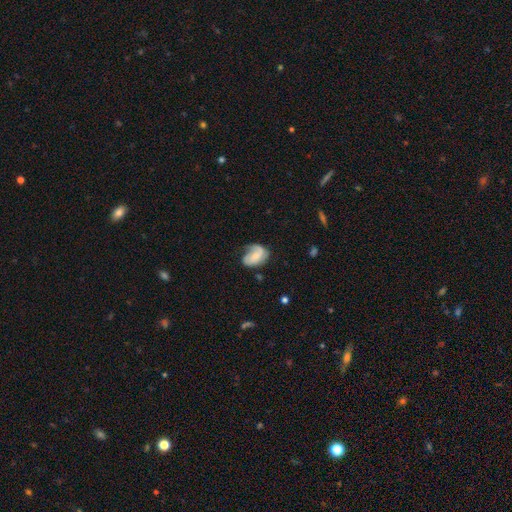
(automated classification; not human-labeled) Smooth or featured: smooth — 46% (tied with featured or disk — 46%)
Merging: none — 42% (minor disturbance — 33%)